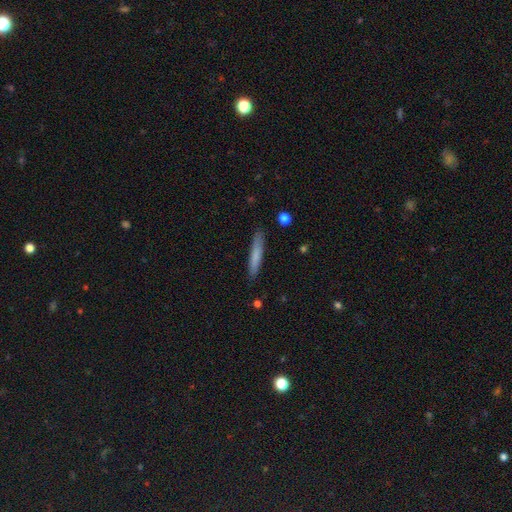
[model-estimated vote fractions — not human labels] Smooth or featured?
  - smooth: 74% *
  - featured or disk: 20%
  - star or artifact: 6%
How rounded?
  - cigar-shaped: 94% *
  - in between: 5%
  - round: 1%
Merging?
  - none: 89% *
  - minor disturbance: 8%
  - major disturbance: 2%
  - merger: 1%